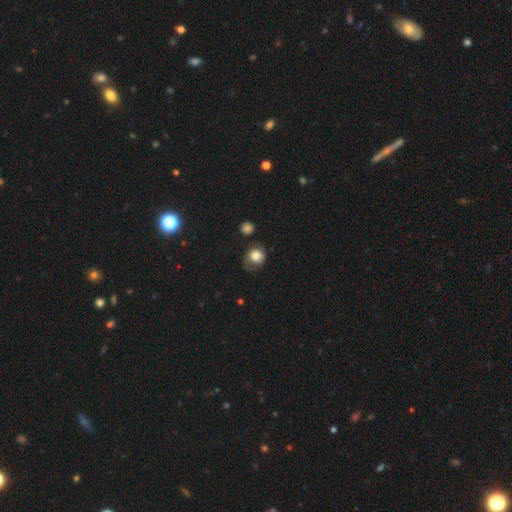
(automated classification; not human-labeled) A smooth galaxy with no disk features (78%) that is round (75%). Merging: none (47%).